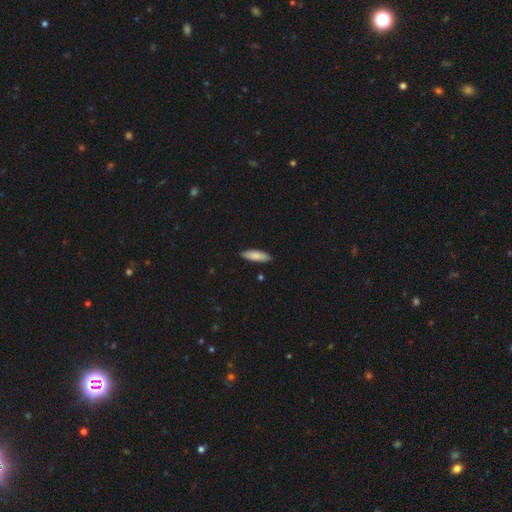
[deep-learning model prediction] smooth_or_featured: smooth (p=0.84) [alt: featured or disk p=0.10]
how_rounded: cigar-shaped (p=0.54) [alt: in between p=0.44]
merging: none (p=0.87) [alt: minor disturbance p=0.10]